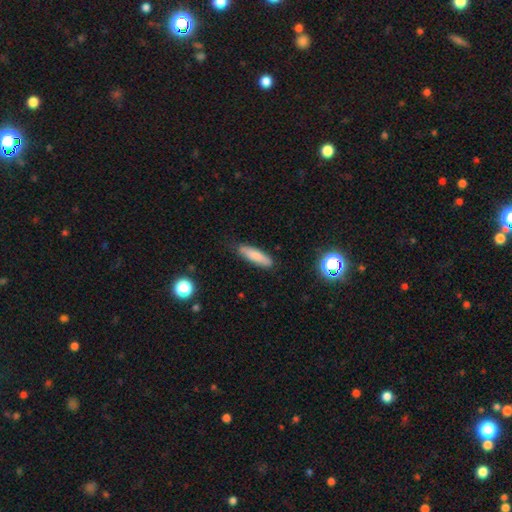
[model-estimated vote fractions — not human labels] Smooth or featured?
  - smooth: 80% *
  - featured or disk: 13%
  - star or artifact: 7%
How rounded?
  - cigar-shaped: 67% *
  - in between: 32%
  - round: 2%
Merging?
  - none: 78% *
  - minor disturbance: 17%
  - major disturbance: 3%
  - merger: 2%